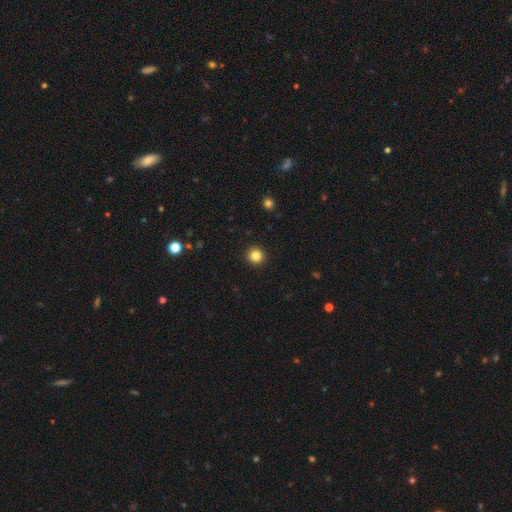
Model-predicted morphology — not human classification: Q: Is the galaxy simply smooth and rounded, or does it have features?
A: smooth — 83%.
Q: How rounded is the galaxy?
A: round — 94%.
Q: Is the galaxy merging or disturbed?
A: none — 93%.